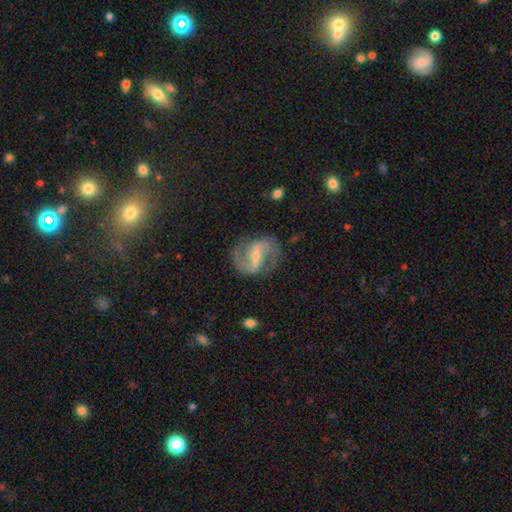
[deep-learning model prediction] A featured or disk galaxy (88%) with a strong bar (46%), 2 (93%) medium (49%) spiral arms (96%) and a small central bulge (64%).

Vote fractions:
- Smooth or featured? featured or disk: 88% / smooth: 7% / star or artifact: 5%
- Edge-on disk? no: 98% / yes: 2%
- Bar? strong: 46% / weak: 41% / no: 13%
- Spiral arms? yes: 96% / no: 4%
- Spiral winding? medium: 49% / loose: 38% / tight: 13%
- Spiral arm count? 2: 93% / can't tell: 2% / 1: 2% / 3: 1% / 4: 1% / more than 4: 1%
- Bulge size? small: 64% / moderate: 26% / none: 7% / large: 2% / dominant: 1%
- Merging? none: 80% / minor disturbance: 13% / major disturbance: 6% / merger: 1%